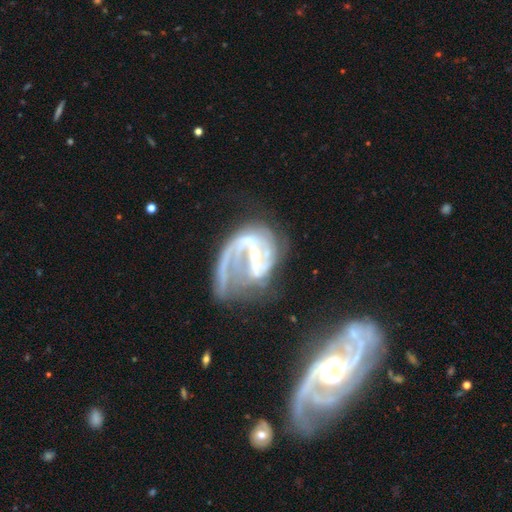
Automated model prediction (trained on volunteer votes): Overall: featured or disk (86%). Edge-on disk: no (97%). Bar: strong (46%; weak 35%). Spiral arms: yes (88%). Spiral arm count: 2 (42%; 1 25%). Spiral winding: medium (43%; loose 35%). Bulge size: small (64%; moderate 27%). Merging: major disturbance (47%; none 26%).